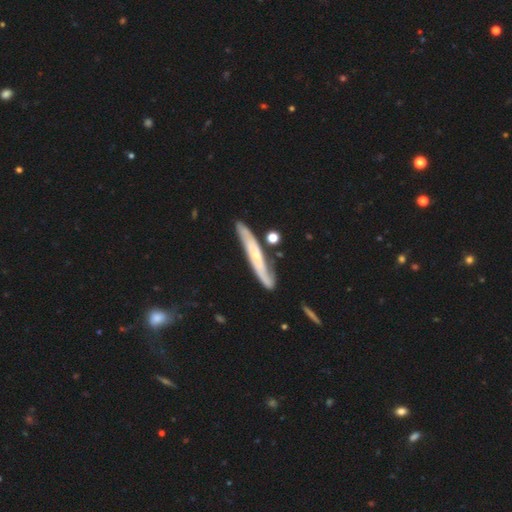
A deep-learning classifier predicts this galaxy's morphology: Q: Smooth or featured?
A: featured or disk (64%); runner-up: smooth (30%)
Q: Edge-on disk?
A: yes (60%); runner-up: no (40%)
Q: Merging?
A: none (74%); runner-up: minor disturbance (16%)